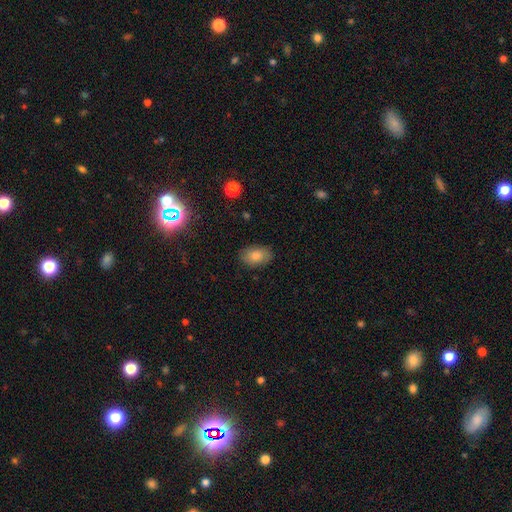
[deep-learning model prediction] A smooth galaxy with no disk features (80%) that is in between round and cigar-shaped (88%).

Vote fractions:
- Smooth or featured? smooth: 80% / featured or disk: 10% / star or artifact: 9%
- How rounded? in between: 88% / round: 10% / cigar-shaped: 1%
- Merging? none: 86% / minor disturbance: 11% / major disturbance: 2% / merger: 1%